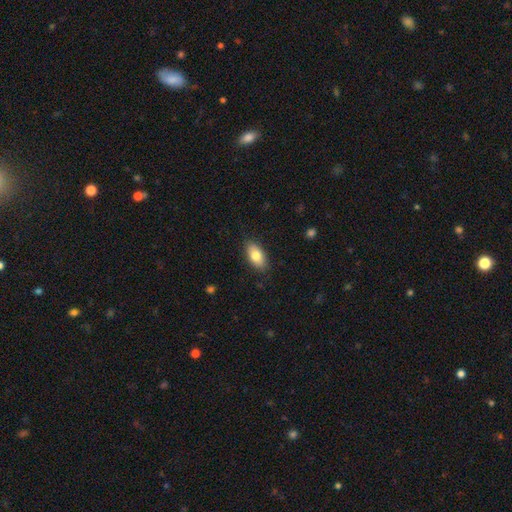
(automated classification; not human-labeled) A smooth galaxy with no disk features (79%) that is in between round and cigar-shaped (91%).

Vote fractions:
- Smooth or featured? smooth: 79% / featured or disk: 15% / star or artifact: 7%
- How rounded? in between: 91% / cigar-shaped: 5% / round: 4%
- Merging? none: 86% / minor disturbance: 11% / major disturbance: 2% / merger: 1%